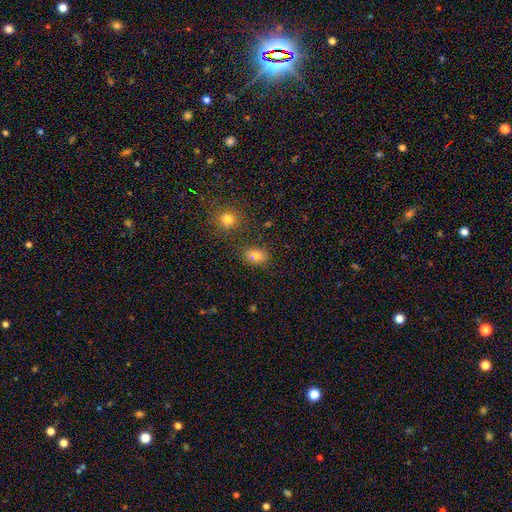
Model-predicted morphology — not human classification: type=smooth (77%); roundness=in between (73%); merging=none (72%).